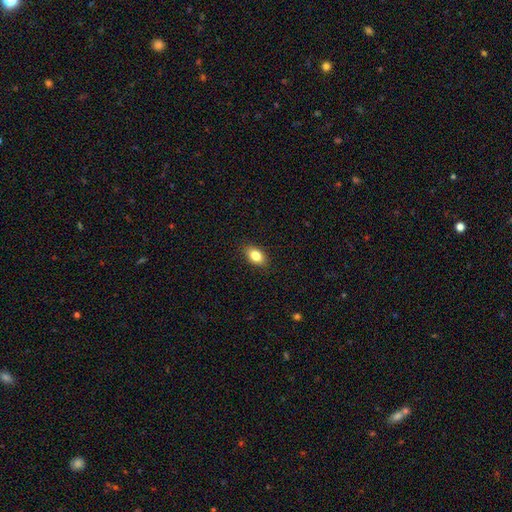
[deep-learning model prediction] Morphology: type=smooth (83%); roundness=in between (87%); merging=none (88%).